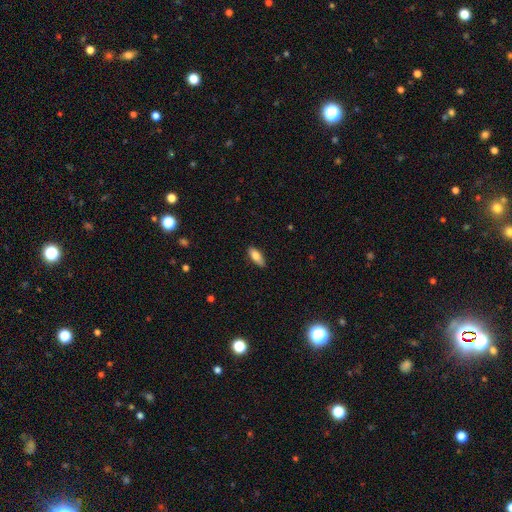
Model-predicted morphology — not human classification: This is likely a smooth galaxy (79%). How rounded: likely in between (78%). Merging: clearly none (85%).